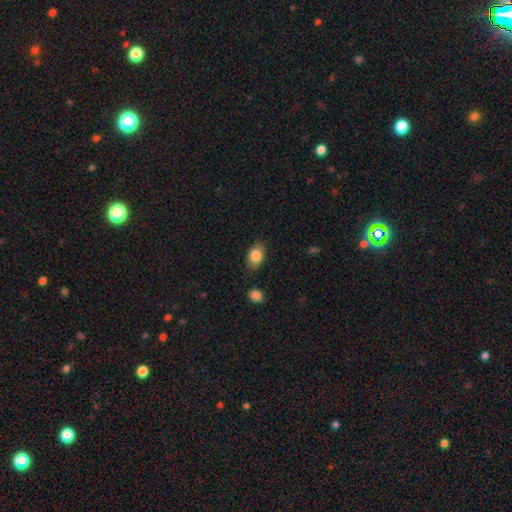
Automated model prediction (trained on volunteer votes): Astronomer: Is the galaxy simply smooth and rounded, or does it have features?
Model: smooth — 84%.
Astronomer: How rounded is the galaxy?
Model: in between — 84%.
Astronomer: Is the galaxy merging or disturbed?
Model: none — 81%.